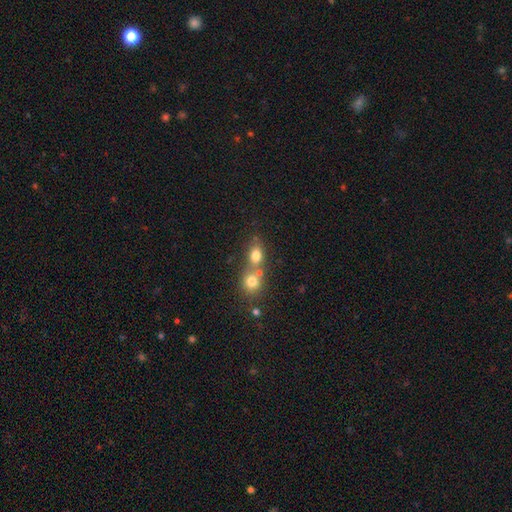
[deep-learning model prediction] Q: Smooth or featured?
A: smooth (76%); runner-up: featured or disk (12%)
Q: How rounded?
A: in between (49%); runner-up: round (48%)
Q: Merging?
A: merger (50%); runner-up: none (38%)